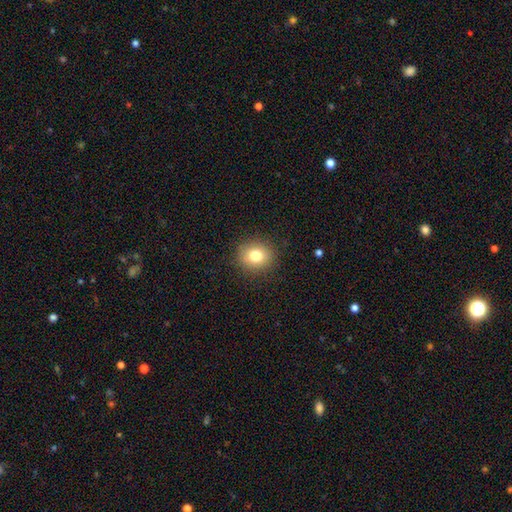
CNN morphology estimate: Overall: smooth (79%). How rounded: round (80%). Merging: none (90%).